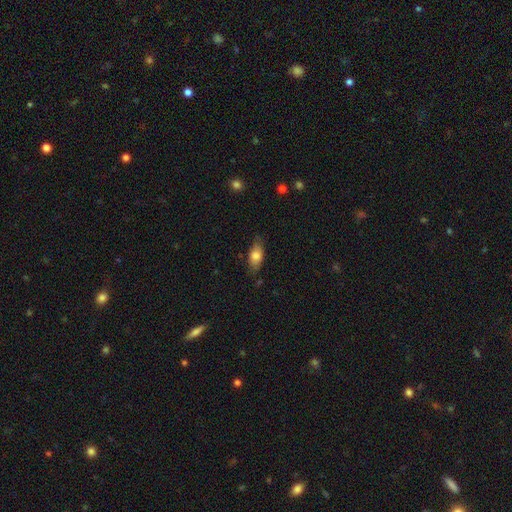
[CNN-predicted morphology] type=smooth (74%); roundness=in between (82%); merging=none (76%).